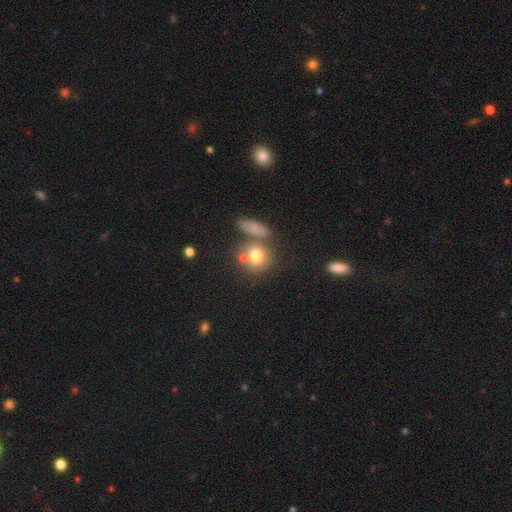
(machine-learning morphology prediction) A smooth galaxy with no disk features (74%) that is round (75%). Merging: none (52%).